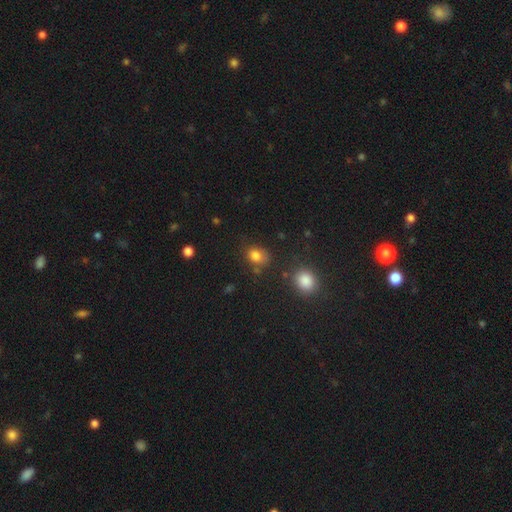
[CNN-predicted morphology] Q: Smooth or featured?
A: smooth (80%); runner-up: star or artifact (13%)
Q: How rounded?
A: in between (52%); runner-up: round (47%)
Q: Merging?
A: none (66%); runner-up: minor disturbance (21%)